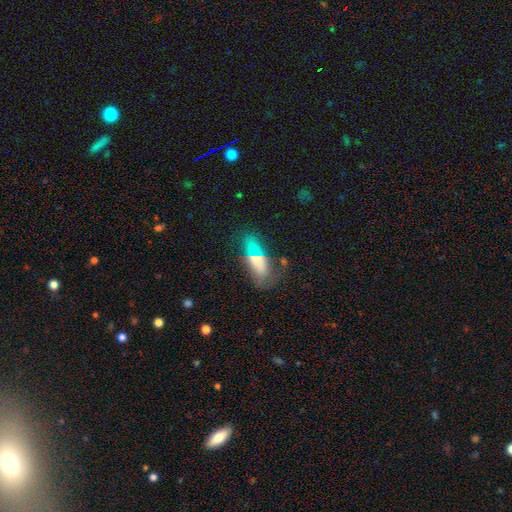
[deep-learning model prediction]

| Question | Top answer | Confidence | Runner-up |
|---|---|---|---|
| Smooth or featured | smooth | 56% | featured or disk (33%) |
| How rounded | in between | 66% | cigar-shaped (29%) |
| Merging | none | 53% | minor disturbance (24%) |